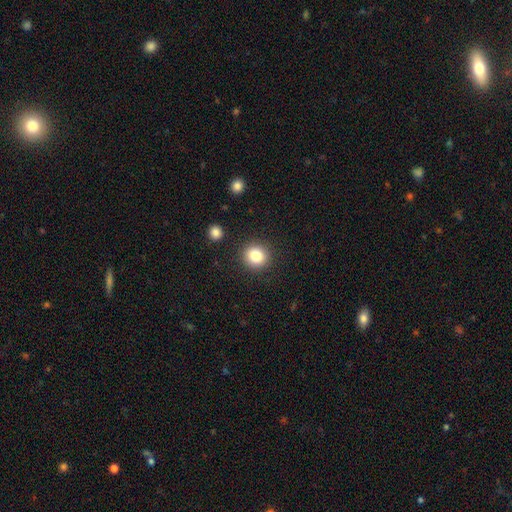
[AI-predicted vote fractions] smooth-or-featured: smooth: 82% | star or artifact: 11% | featured or disk: 7%
  how-rounded: round: 91% | in between: 8% | cigar-shaped: 1%
  merging: none: 90% | minor disturbance: 6% | major disturbance: 2% | merger: 2%